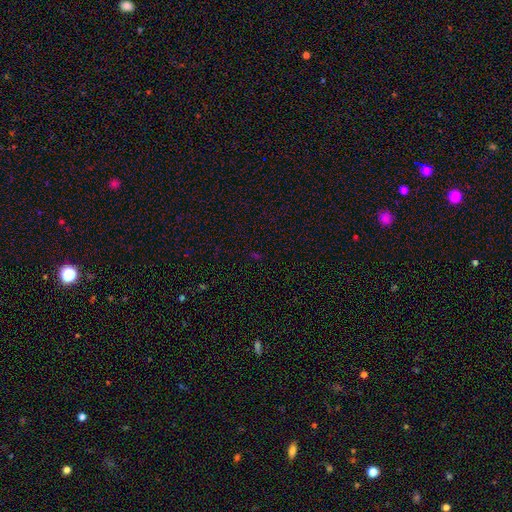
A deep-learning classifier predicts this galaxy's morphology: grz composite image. It shows a star or artifact, not a galaxy (65%).